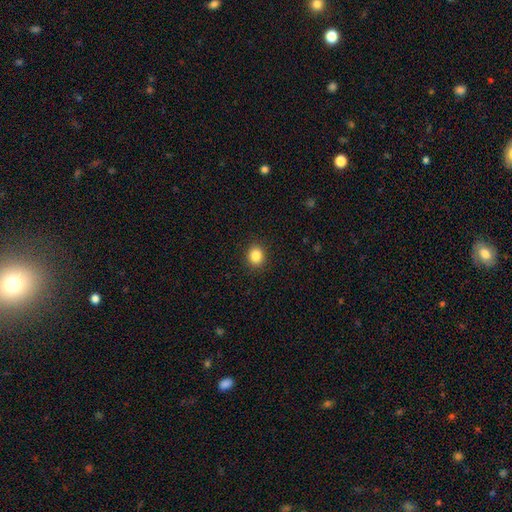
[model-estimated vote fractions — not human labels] Smooth or featured? smooth (85%)
How rounded? round (75%)
Merging? none (91%)